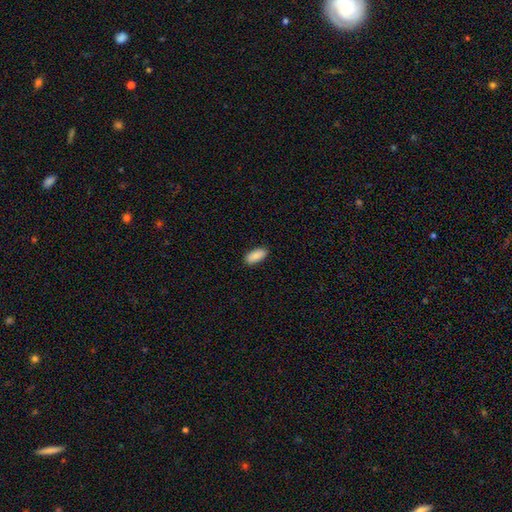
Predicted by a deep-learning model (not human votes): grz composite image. It shows a smooth galaxy with no disk features (86%) that is in between round and cigar-shaped (89%). Merging: none (88%).